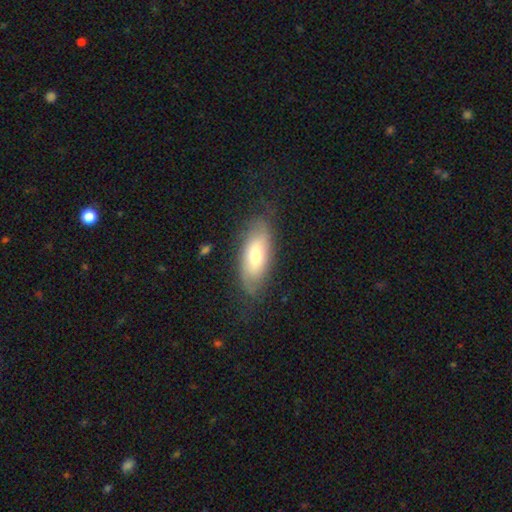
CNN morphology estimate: Smooth or featured: smooth — 57% (featured or disk — 36%)
How rounded: in between — 83% (cigar-shaped — 14%)
Merging: none — 71% (minor disturbance — 21%)